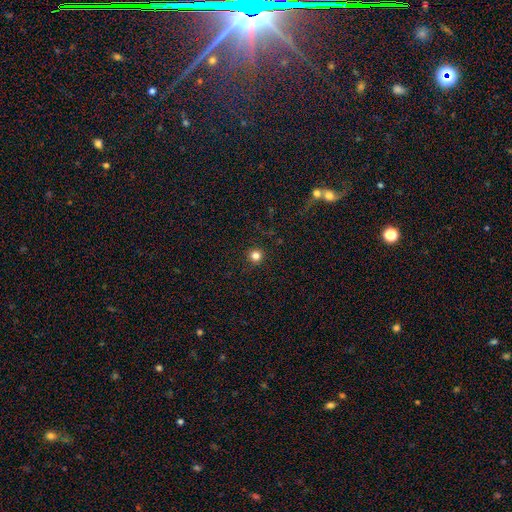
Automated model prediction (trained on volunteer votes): smooth 82%, star or artifact 14%, featured or disk 4%. Down the decision tree: how rounded — round (96%); merging — none (92%).